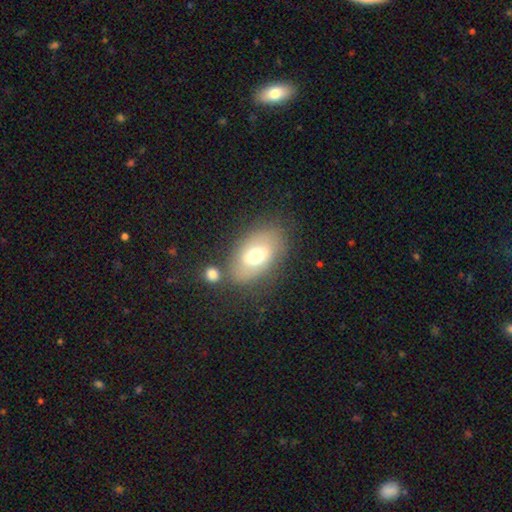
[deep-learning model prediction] The model was most divided on "smooth or featured": smooth: 60%, featured or disk: 29%, star or artifact: 10%. More confident: how rounded — in between (85%); merging — none (68%).